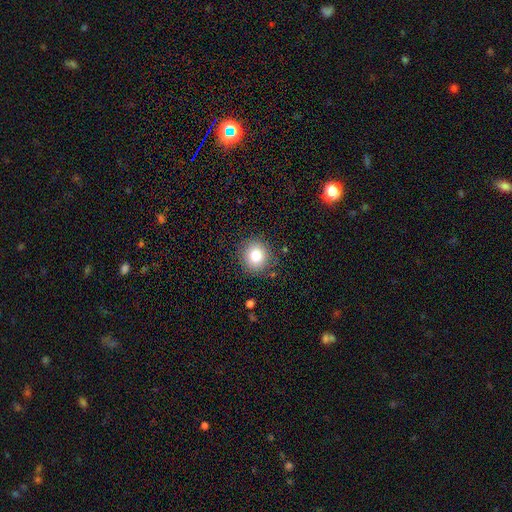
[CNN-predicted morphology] This appears to be a smooth galaxy with no disk features (79%) that is round (88%). Merging: none (87%).